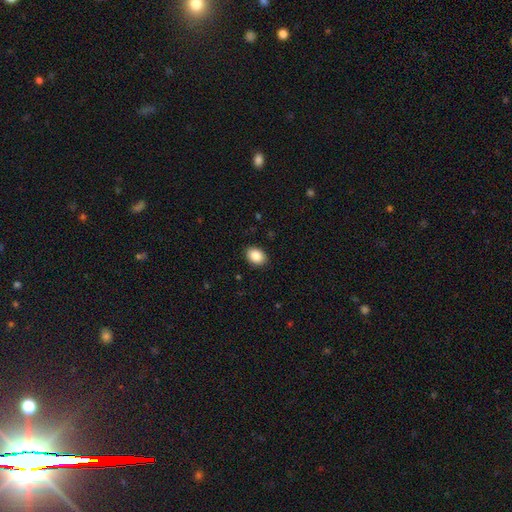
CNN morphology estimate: The model was most divided on "how rounded": in between: 72%, round: 27%, cigar-shaped: 1%. More confident: merging — none (90%); smooth or featured — smooth (88%).